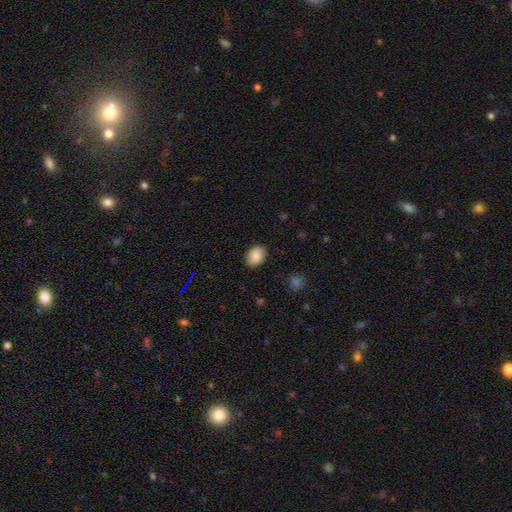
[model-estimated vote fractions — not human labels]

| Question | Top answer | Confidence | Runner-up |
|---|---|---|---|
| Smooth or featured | smooth | 86% | star or artifact (8%) |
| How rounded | in between | 65% | round (34%) |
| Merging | none | 87% | minor disturbance (10%) |